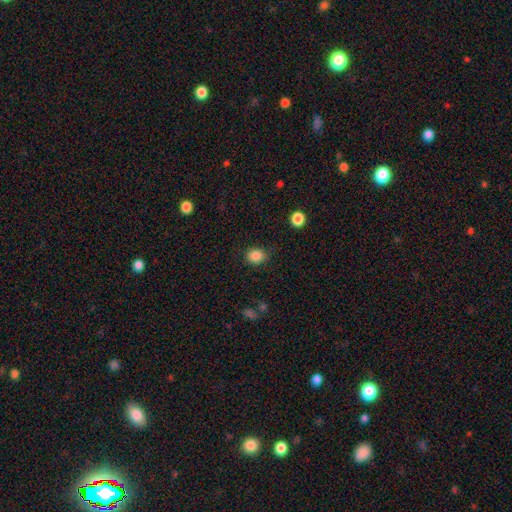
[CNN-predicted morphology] Smooth or featured? smooth (86%)
How rounded? round (65%)
Merging? none (81%)